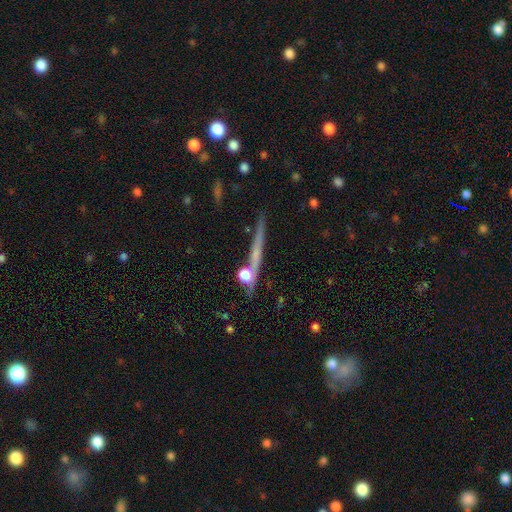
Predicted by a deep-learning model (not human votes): A featured or disk galaxy (48%). Merging: none (80%).